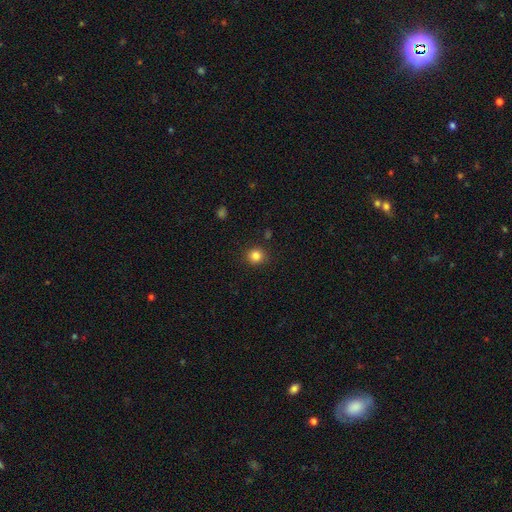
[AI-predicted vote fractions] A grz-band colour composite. It shows a smooth galaxy with no disk features (83%) that is round (91%). Merging: none (90%).